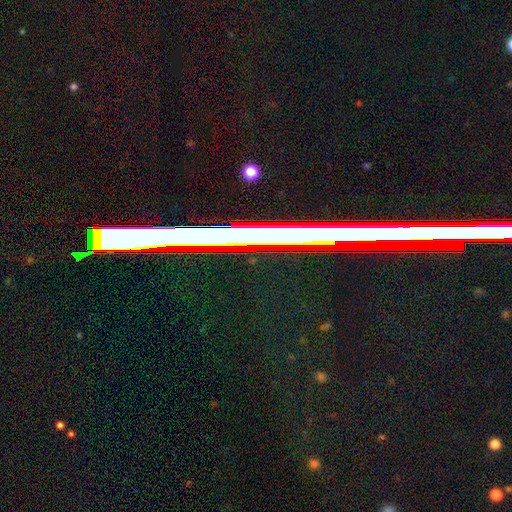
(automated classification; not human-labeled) Overall: star or artifact (44%; featured or disk 40%).